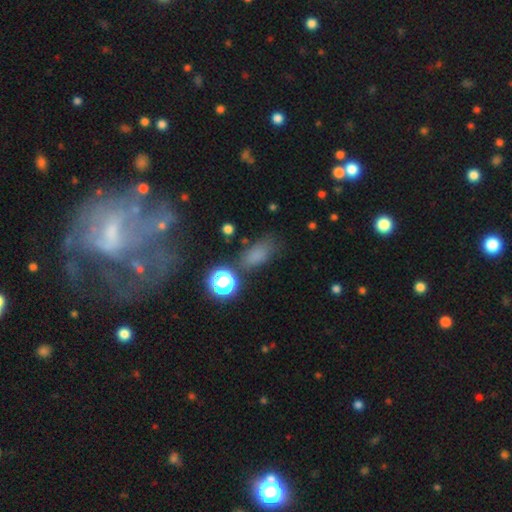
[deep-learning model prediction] Smooth or featured? smooth (69%)
How rounded? in between (77%)
Merging? none (65%)